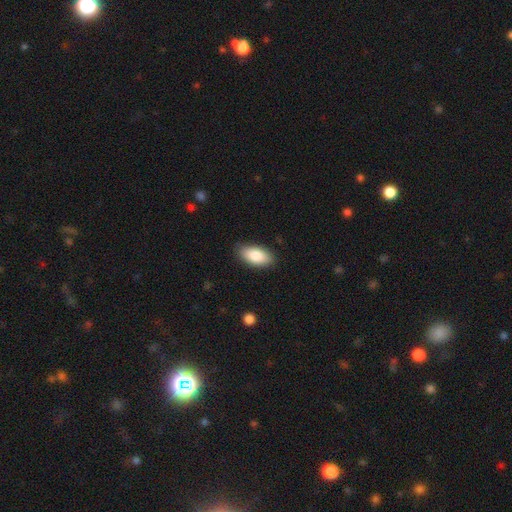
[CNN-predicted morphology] Smooth or featured: smooth — 85% (featured or disk — 9%)
How rounded: in between — 93% (cigar-shaped — 5%)
Merging: none — 85% (minor disturbance — 12%)